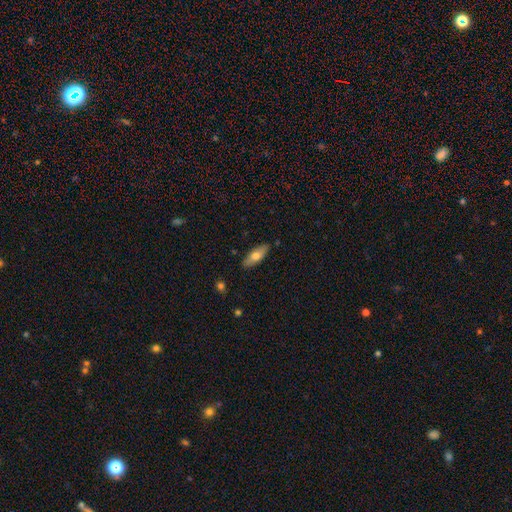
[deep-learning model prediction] Morphology: type=smooth (65%); roundness=in between (64%); merging=none (86%).